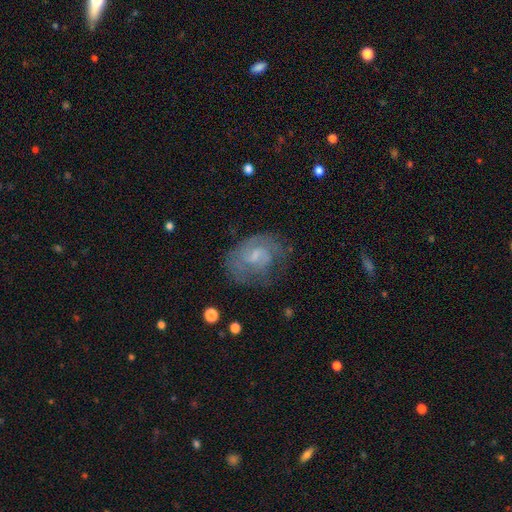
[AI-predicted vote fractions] Q: Smooth or featured?
A: featured or disk (68%); runner-up: smooth (24%)
Q: Edge-on disk?
A: no (97%); runner-up: yes (3%)
Q: Bar?
A: weak (52%); runner-up: no (39%)
Q: Spiral arms?
A: yes (83%); runner-up: no (17%)
Q: Spiral winding?
A: medium (42%); tied with: tight (42%)
Q: Spiral arm count?
A: 2 (45%); runner-up: can't tell (31%)
Q: Bulge size?
A: small (50%); runner-up: moderate (28%)
Q: Merging?
A: none (57%); runner-up: minor disturbance (23%)